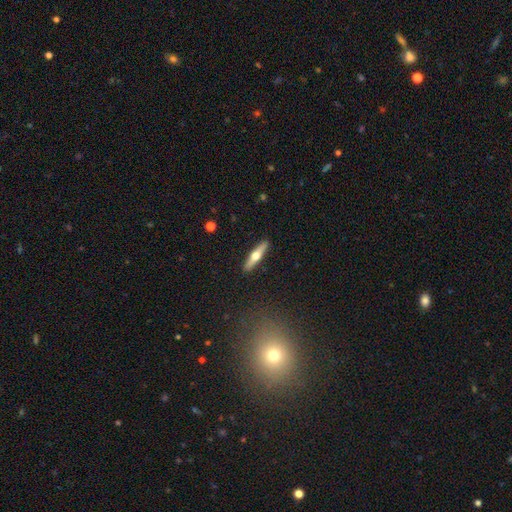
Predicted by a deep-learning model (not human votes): featured or disk 52%, smooth 42%, star or artifact 5%. Down the decision tree: edge-on disk — yes (94%); merging — none (91%).